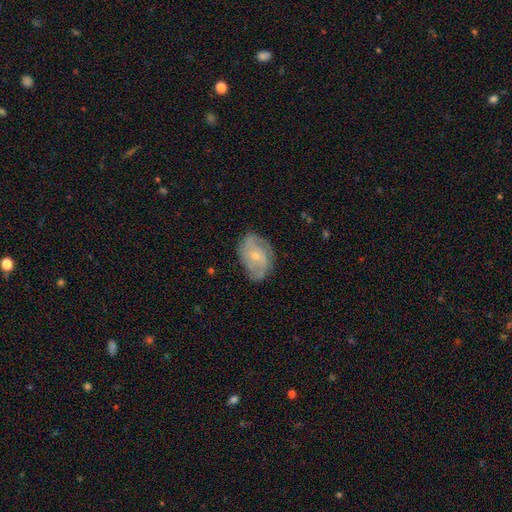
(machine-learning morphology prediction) Smooth or featured? Predicted: featured or disk (p=0.71). Edge-on disk? Predicted: no (p=0.97). Bar? Predicted: no (p=0.68). Spiral arms? Predicted: yes (p=0.88). Spiral winding? Predicted: tight (p=0.43). Spiral arm count? Predicted: 2 (p=0.40). Bulge size? Predicted: small (p=0.67). Merging? Predicted: none (p=0.69).